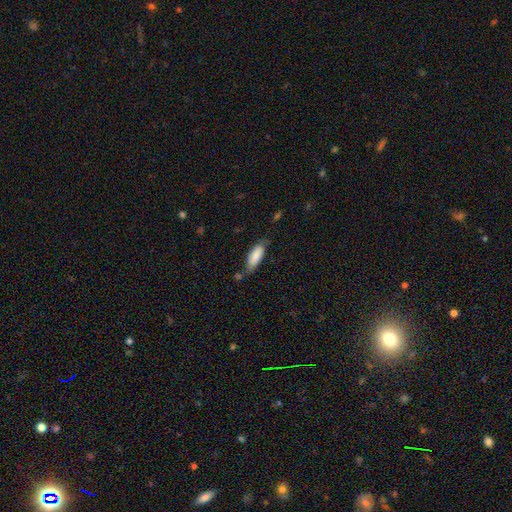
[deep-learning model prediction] A smooth galaxy with no disk features (75%) that is in between round and cigar-shaped (70%). Merging: none (58%).